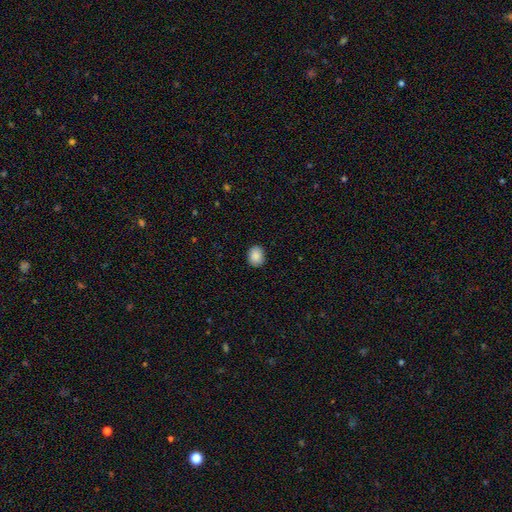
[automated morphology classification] This appears to be a smooth galaxy with no disk features (89%) that is round (52%). Merging: none (87%).